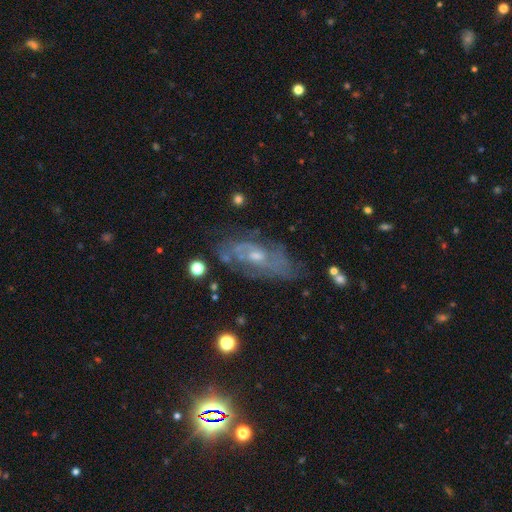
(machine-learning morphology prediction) type=featured or disk (72%); edge-on=no (88%); bar=no (67%); spiral arms=yes (76%); bulge=small (53%); merging=none (68%).